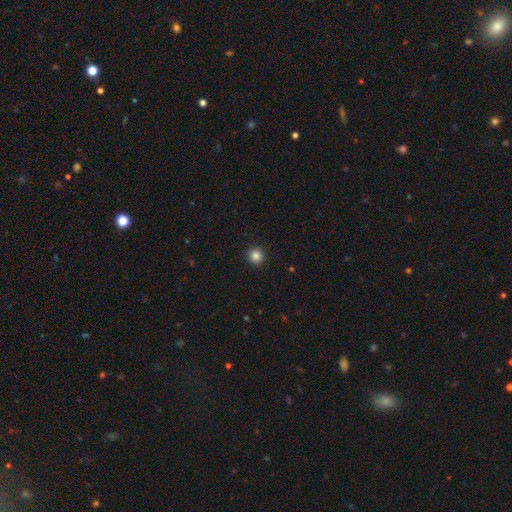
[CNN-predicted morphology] smooth-or-featured: smooth: 85% | star or artifact: 12% | featured or disk: 4%
  how-rounded: round: 94% | in between: 5% | cigar-shaped: 1%
  merging: none: 93% | minor disturbance: 4% | major disturbance: 2% | merger: 1%